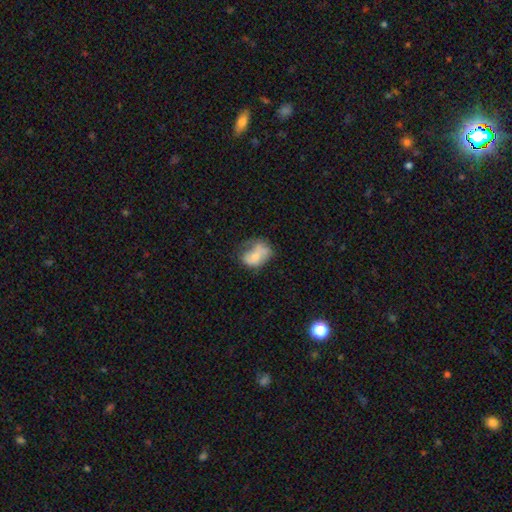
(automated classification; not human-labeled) A smooth galaxy with no disk features (64%) that is in between round and cigar-shaped (74%). Merging: minor disturbance (31%).